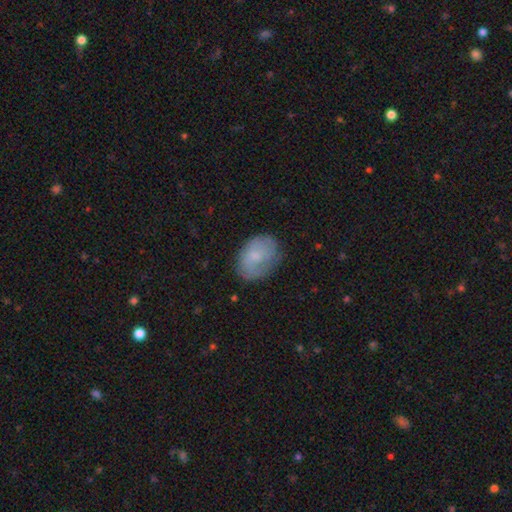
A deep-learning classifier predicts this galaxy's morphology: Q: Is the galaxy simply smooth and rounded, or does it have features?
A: smooth — 61%.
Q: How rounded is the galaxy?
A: in between — 76%.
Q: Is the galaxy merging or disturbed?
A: none — 69%.